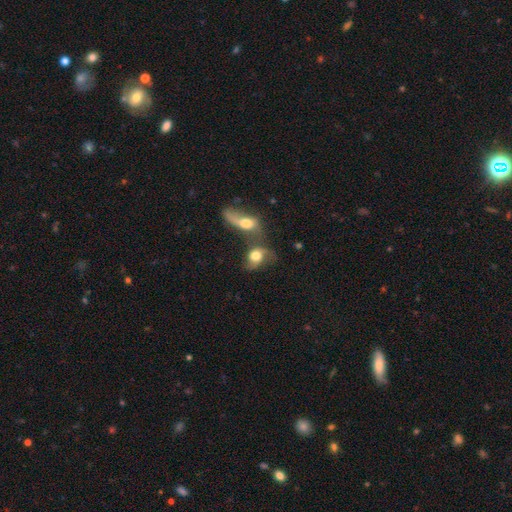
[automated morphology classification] A smooth galaxy with no disk features (57%) that is in between round and cigar-shaped (64%).

Vote fractions:
- Smooth or featured? smooth: 57% / featured or disk: 34% / star or artifact: 9%
- How rounded? in between: 64% / round: 32% / cigar-shaped: 3%
- Merging? merger: 64% / none: 15% / major disturbance: 13% / minor disturbance: 8%